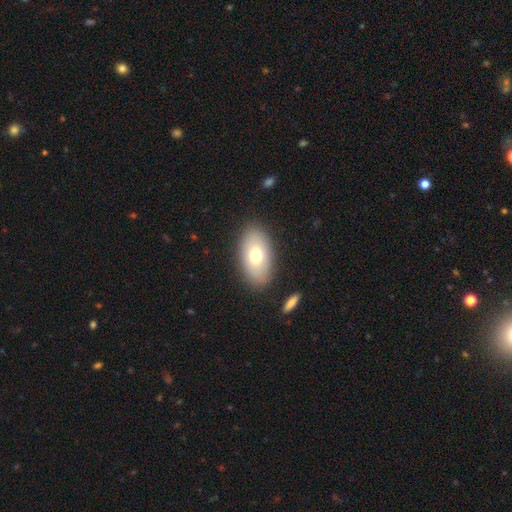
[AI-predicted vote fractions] smooth 71%, featured or disk 22%, star or artifact 7%. Down the decision tree: how rounded — in between (93%); merging — none (86%).